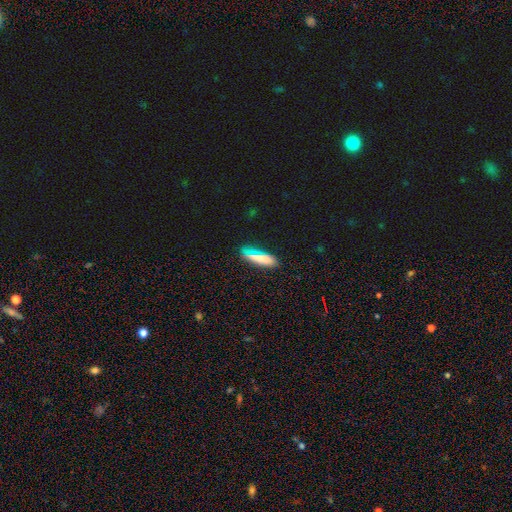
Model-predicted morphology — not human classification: Overall: smooth (76%). How rounded: cigar-shaped (69%). Merging: none (83%).